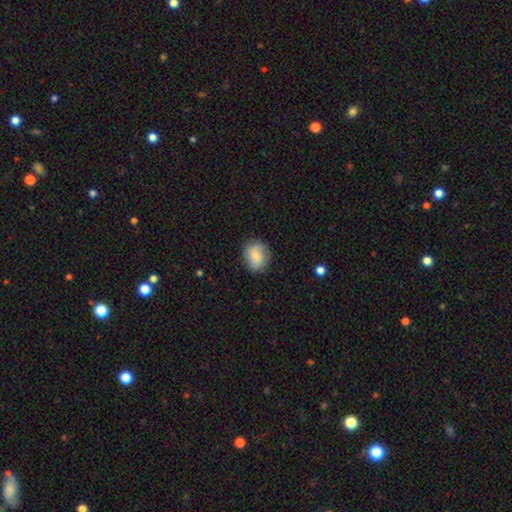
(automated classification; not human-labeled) This is likely a smooth galaxy (80%). How rounded: possibly round (55%). Merging: likely none (79%).